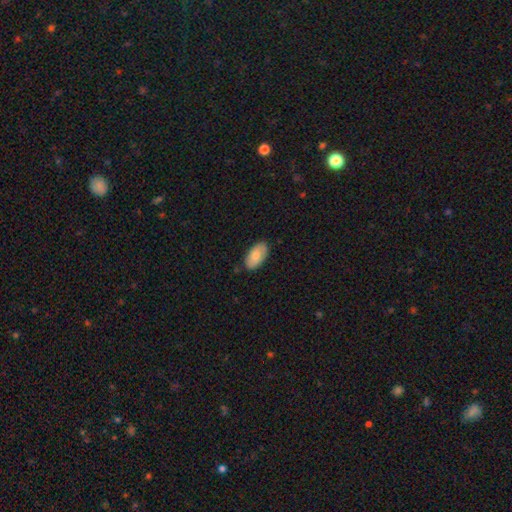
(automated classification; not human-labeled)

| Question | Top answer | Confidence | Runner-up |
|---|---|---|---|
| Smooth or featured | smooth | 78% | featured or disk (16%) |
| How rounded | in between | 95% | round (3%) |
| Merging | none | 84% | minor disturbance (13%) |